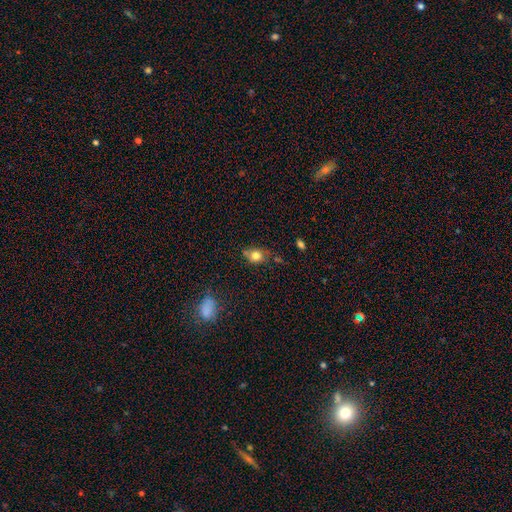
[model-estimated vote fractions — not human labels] Morphology: type=smooth (78%); roundness=round (58%); merging=none (62%).